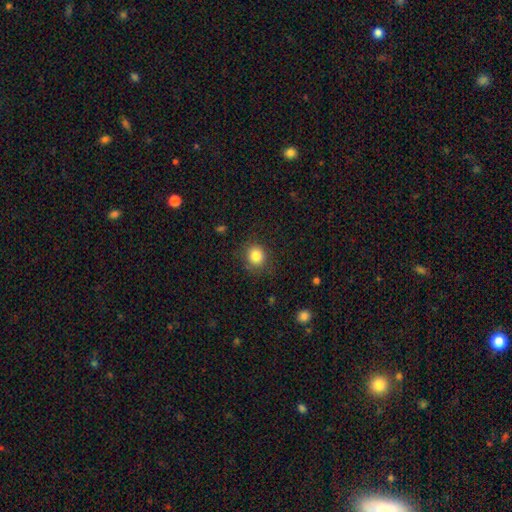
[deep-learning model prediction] Overall: smooth (84%). How rounded: round (83%). Merging: none (84%).